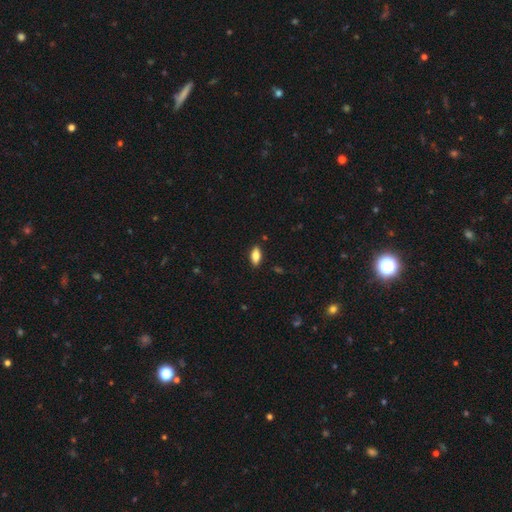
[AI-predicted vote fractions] Q: Smooth or featured?
A: smooth (78%); runner-up: featured or disk (15%)
Q: How rounded?
A: in between (86%); runner-up: cigar-shaped (11%)
Q: Merging?
A: none (88%); runner-up: minor disturbance (9%)